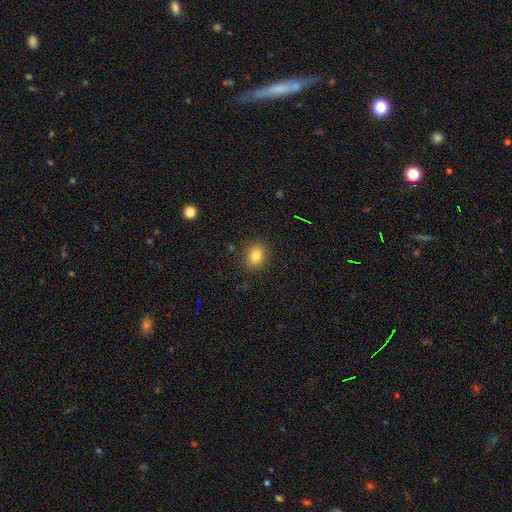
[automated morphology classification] The model was most divided on "how rounded": round: 52%, in between: 47%, cigar-shaped: 1%. More confident: merging — none (88%); smooth or featured — smooth (81%).